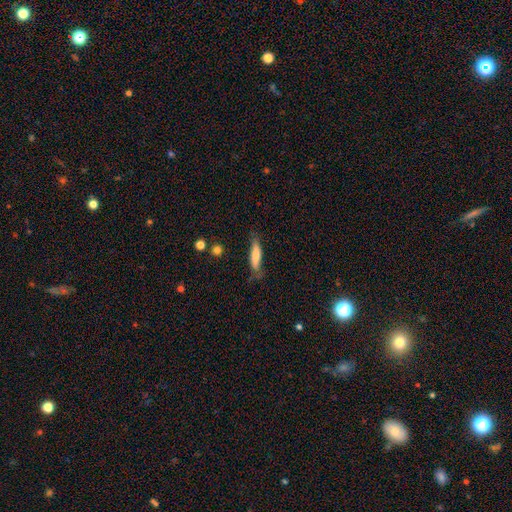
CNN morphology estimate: Smooth or featured? Predicted: smooth (p=0.72). How rounded? Predicted: cigar-shaped (p=0.74). Merging? Predicted: none (p=0.65).